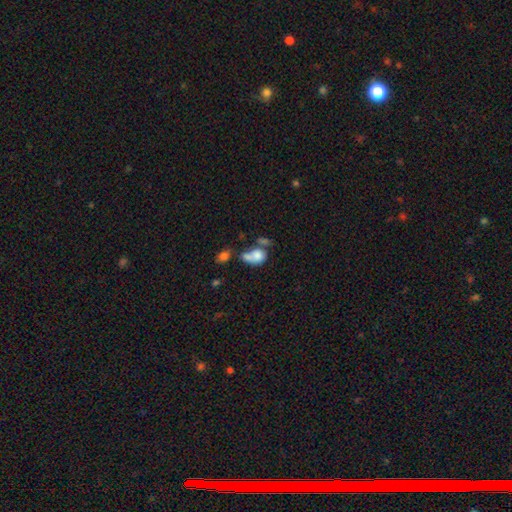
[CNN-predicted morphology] Overall: smooth (74%). How rounded: in between (60%; round 38%). Merging: merger (50%; none 23%).